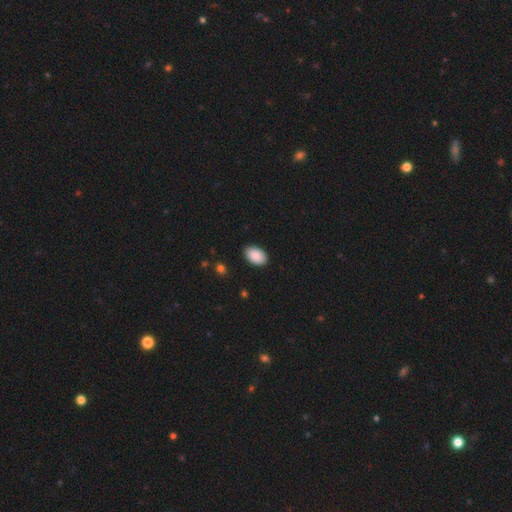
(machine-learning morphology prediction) Smooth or featured? Predicted: smooth (p=0.90). How rounded? Predicted: in between (p=0.93). Merging? Predicted: none (p=0.88).